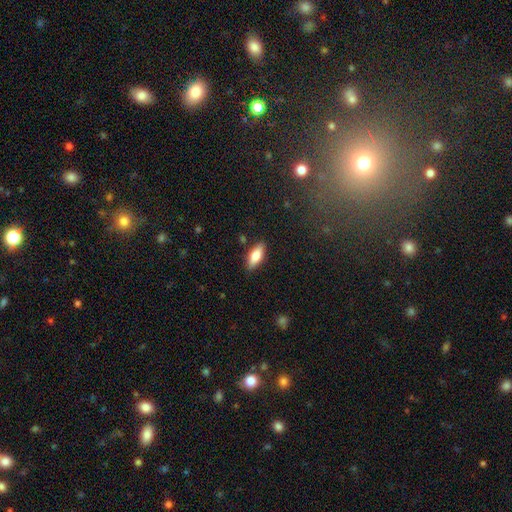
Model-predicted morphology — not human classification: smooth-or-featured: smooth: 72% | featured or disk: 21% | star or artifact: 6%
  how-rounded: in between: 74% | cigar-shaped: 23% | round: 2%
  merging: none: 86% | minor disturbance: 10% | major disturbance: 2% | merger: 2%